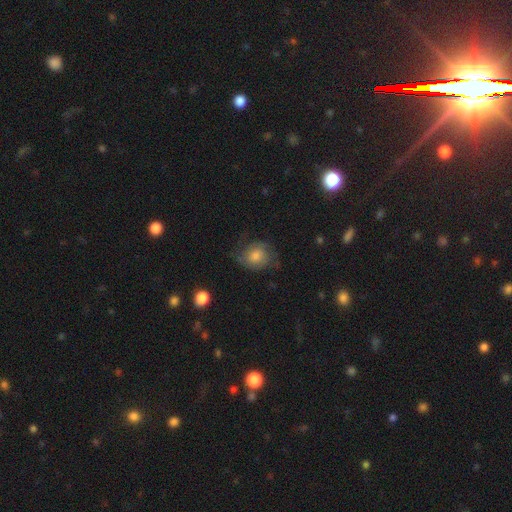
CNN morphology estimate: type=featured or disk (46%); merging=none (62%).